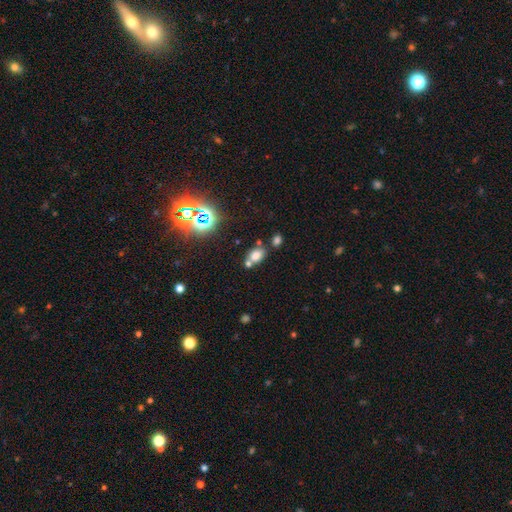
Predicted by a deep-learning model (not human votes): Morphology: type=smooth (70%); roundness=in between (76%); merging=none (56%).